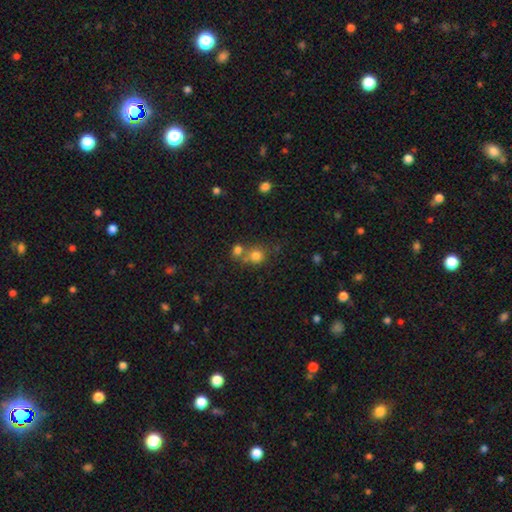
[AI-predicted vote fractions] A smooth galaxy with no disk features (77%) that is round (82%).

Vote fractions:
- Smooth or featured? smooth: 77% / star or artifact: 14% / featured or disk: 9%
- How rounded? round: 82% / in between: 17% / cigar-shaped: 1%
- Merging? none: 49% / merger: 38% / minor disturbance: 9% / major disturbance: 4%